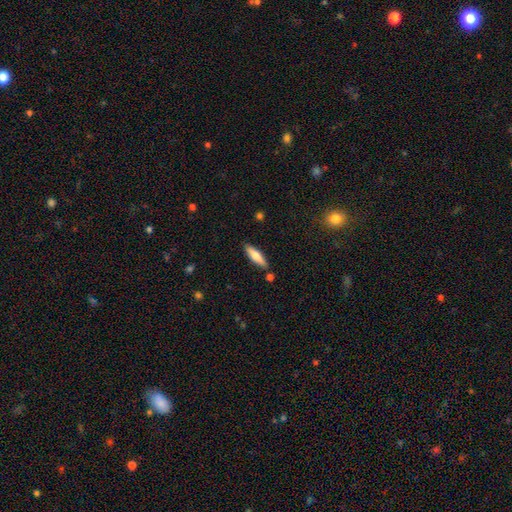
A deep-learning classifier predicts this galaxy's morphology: smooth 64%, featured or disk 30%, star or artifact 6%. Down the decision tree: how rounded — cigar-shaped (68%); merging — none (85%).